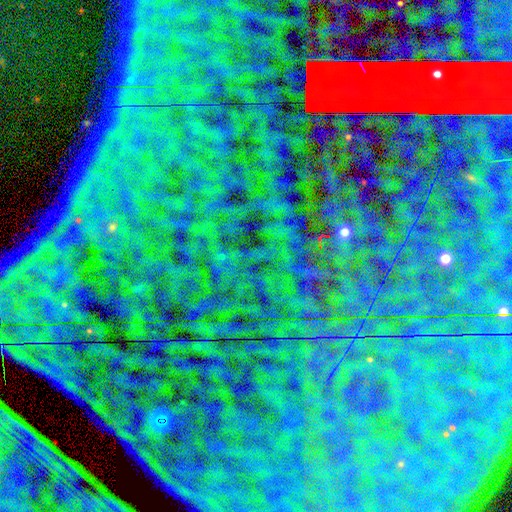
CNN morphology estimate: A star or artifact, not a galaxy (84%).

Vote fractions:
- Smooth or featured? star or artifact: 84% / smooth: 8% / featured or disk: 7%